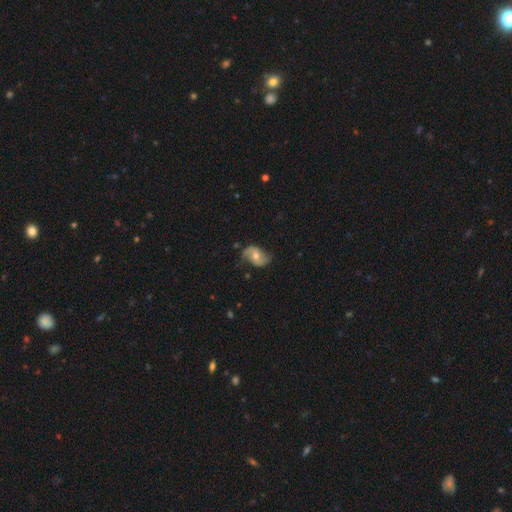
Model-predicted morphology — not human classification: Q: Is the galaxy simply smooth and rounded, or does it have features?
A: featured or disk — 76%.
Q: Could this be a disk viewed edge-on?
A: no — 97%.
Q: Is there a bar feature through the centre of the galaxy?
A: no — 51%.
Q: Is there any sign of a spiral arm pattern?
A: yes — 92%.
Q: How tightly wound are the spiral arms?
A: loose — 57%.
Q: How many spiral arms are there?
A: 2 — 90%.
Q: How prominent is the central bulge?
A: moderate — 63%.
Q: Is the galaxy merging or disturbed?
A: none — 71%.